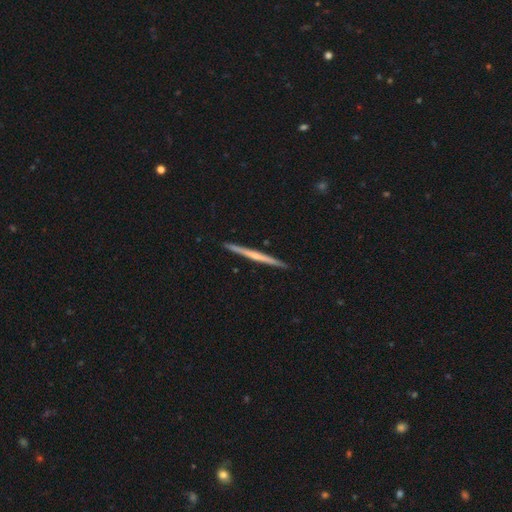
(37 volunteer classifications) featured or disk 86%, smooth 11%, star or artifact 3%. Down the decision tree: edge-on disk — yes (97%); edge-on bulge — rounded (52%); merging — none (92%).